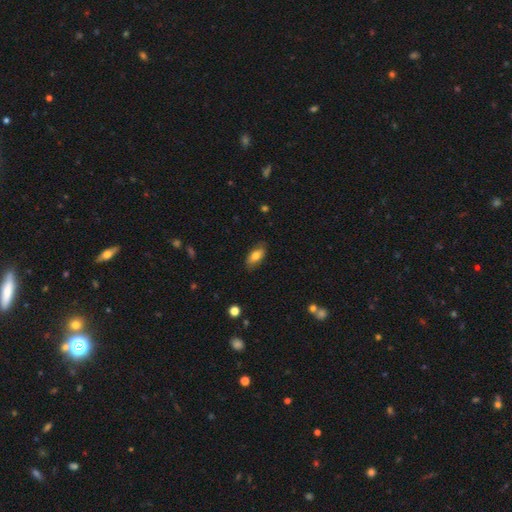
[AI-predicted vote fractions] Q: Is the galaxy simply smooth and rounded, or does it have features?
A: smooth — 77%.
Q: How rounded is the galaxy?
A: in between — 86%.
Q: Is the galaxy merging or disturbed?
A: none — 83%.